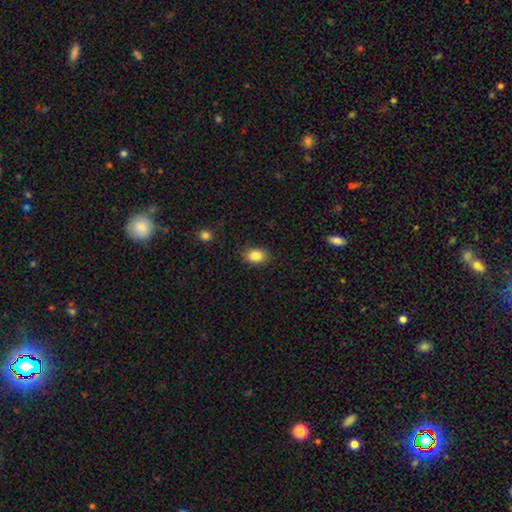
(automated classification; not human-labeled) Smooth or featured: smooth — 85% (star or artifact — 9%)
How rounded: in between — 76% (round — 23%)
Merging: none — 87% (minor disturbance — 10%)